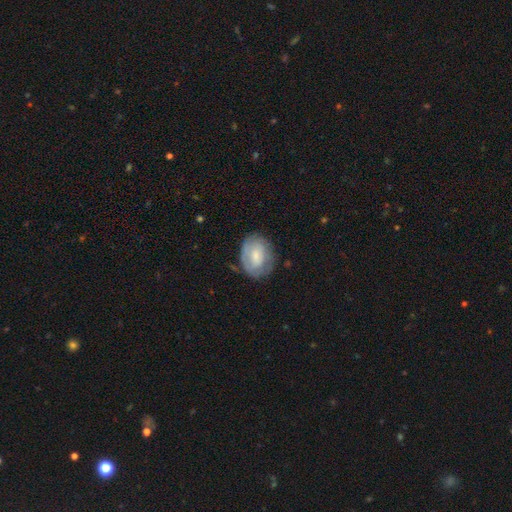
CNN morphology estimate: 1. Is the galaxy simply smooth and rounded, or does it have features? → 52% smooth, 41% featured or disk, 7% star or artifact.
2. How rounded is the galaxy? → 64% in between, 35% round, 1% cigar-shaped.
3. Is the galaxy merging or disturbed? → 68% none, 22% minor disturbance, 8% major disturbance, 2% merger.